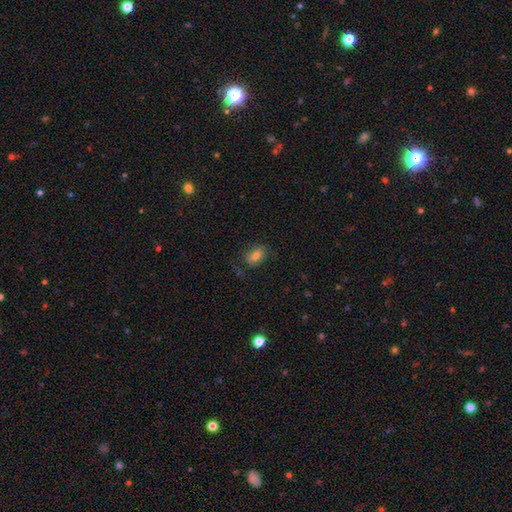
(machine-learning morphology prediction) smooth-or-featured: smooth: 70% | featured or disk: 20% | star or artifact: 10%
  how-rounded: in between: 80% | round: 17% | cigar-shaped: 3%
  merging: none: 68% | minor disturbance: 22% | major disturbance: 9% | merger: 2%